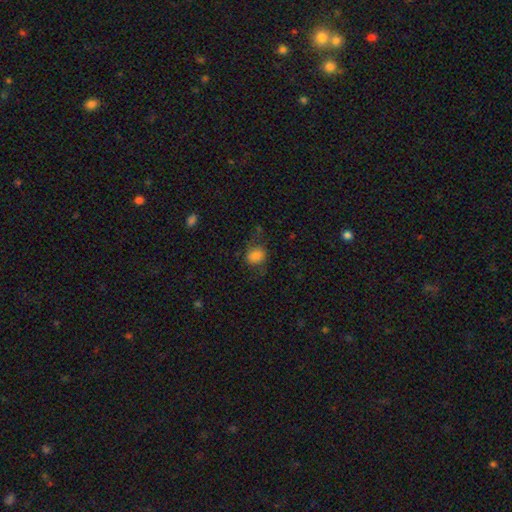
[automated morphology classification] Smooth or featured: smooth — 76% (featured or disk — 13%)
How rounded: round — 62% (in between — 37%)
Merging: none — 63% (minor disturbance — 21%)